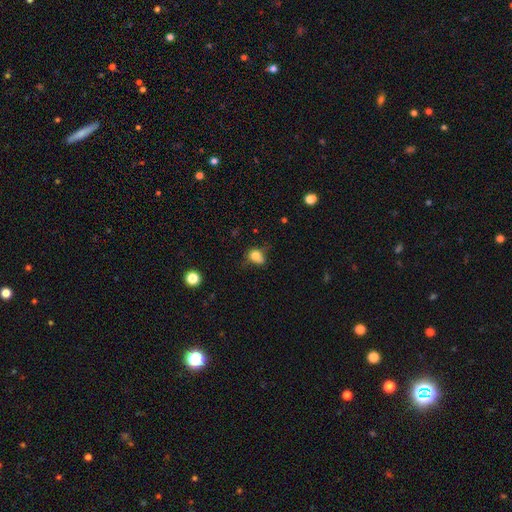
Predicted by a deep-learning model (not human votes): Smooth or featured: smooth — 80% (star or artifact — 11%)
How rounded: in between — 56% (round — 42%)
Merging: none — 43% (minor disturbance — 37%)